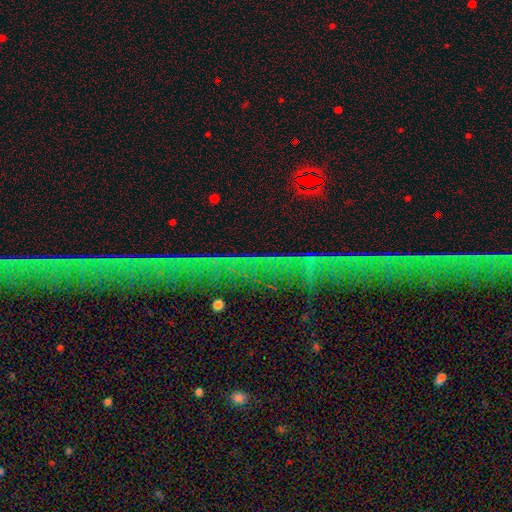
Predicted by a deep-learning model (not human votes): A star or artifact, not a galaxy (74%).

Vote fractions:
- Smooth or featured? star or artifact: 74% / featured or disk: 15% / smooth: 11%